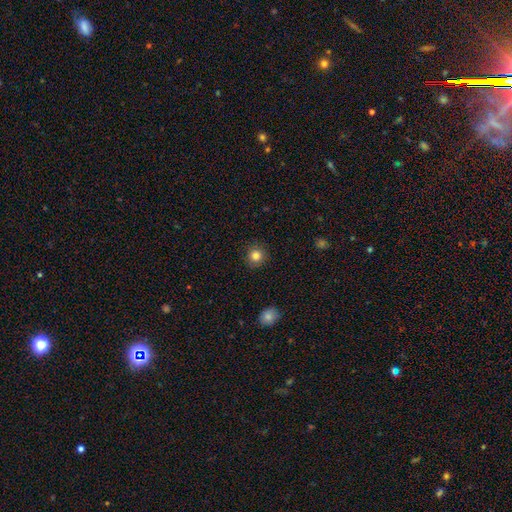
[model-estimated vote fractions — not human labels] Q: Smooth or featured?
A: smooth (83%); runner-up: star or artifact (11%)
Q: How rounded?
A: round (92%); runner-up: in between (7%)
Q: Merging?
A: none (90%); runner-up: minor disturbance (7%)